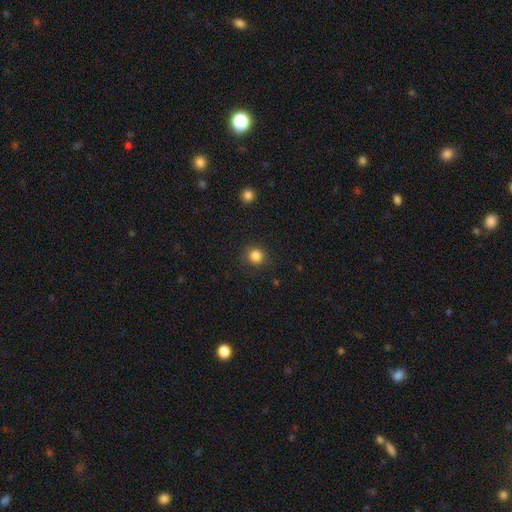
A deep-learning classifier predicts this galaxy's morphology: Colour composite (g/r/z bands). It shows a smooth galaxy with no disk features (84%) that is round (89%). Merging: none (85%).